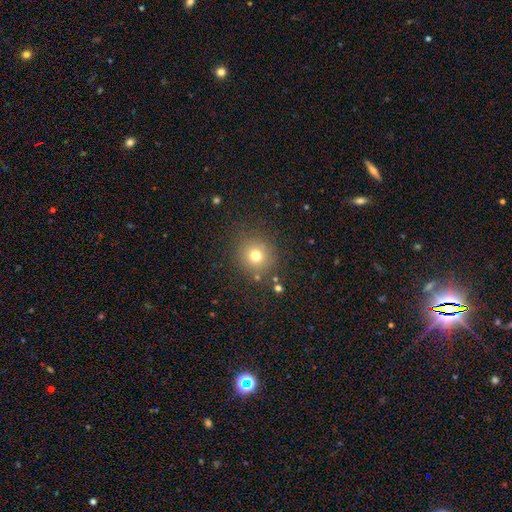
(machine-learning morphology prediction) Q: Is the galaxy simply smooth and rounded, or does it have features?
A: smooth — 74%.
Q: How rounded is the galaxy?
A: round — 92%.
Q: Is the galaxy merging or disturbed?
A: none — 84%.